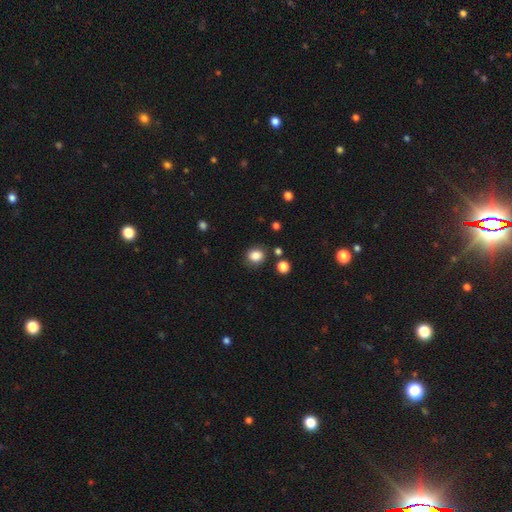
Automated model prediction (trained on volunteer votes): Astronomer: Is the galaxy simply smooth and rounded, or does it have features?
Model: smooth — 85%.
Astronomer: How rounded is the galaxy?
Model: round — 72%.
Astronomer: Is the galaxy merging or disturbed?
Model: none — 82%.